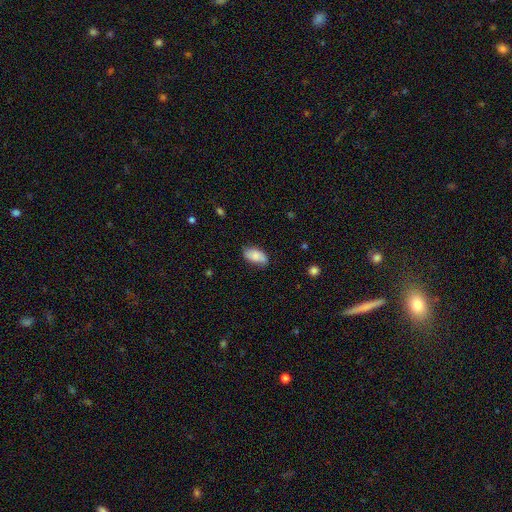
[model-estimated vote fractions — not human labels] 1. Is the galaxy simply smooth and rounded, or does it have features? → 81% smooth, 12% featured or disk, 7% star or artifact.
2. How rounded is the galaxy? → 94% in between, 3% cigar-shaped, 3% round.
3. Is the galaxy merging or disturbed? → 73% none, 22% minor disturbance, 4% major disturbance, 1% merger.